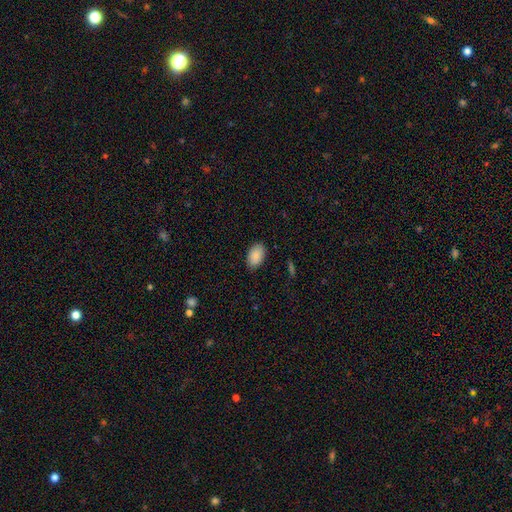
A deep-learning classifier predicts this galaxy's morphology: smooth 88%, star or artifact 7%, featured or disk 5%. Down the decision tree: how rounded — in between (93%); merging — none (87%).